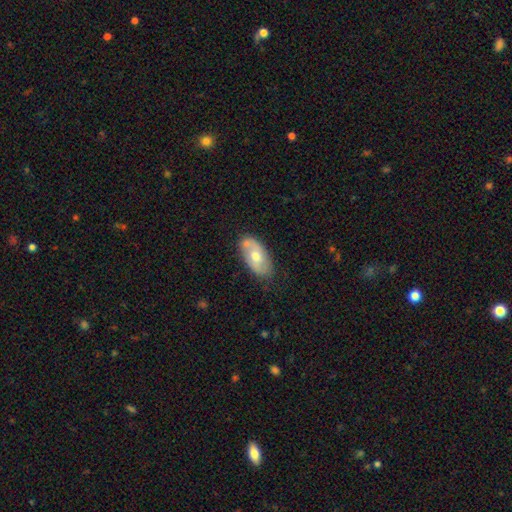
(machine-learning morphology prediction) Smooth or featured?
  - smooth: 50% *
  - featured or disk: 43%
  - star or artifact: 6%
How rounded?
  - in between: 92% *
  - round: 4%
  - cigar-shaped: 4%
Merging?
  - none: 71% *
  - minor disturbance: 18%
  - merger: 7%
  - major disturbance: 4%